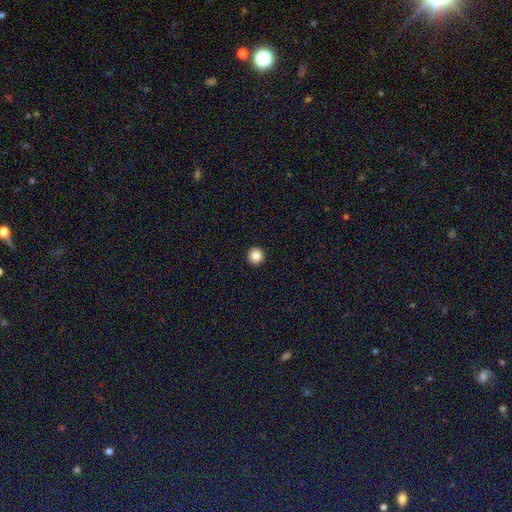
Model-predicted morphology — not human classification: A smooth galaxy with no disk features (85%) that is round (97%).

Vote fractions:
- Smooth or featured? smooth: 85% / star or artifact: 11% / featured or disk: 4%
- How rounded? round: 97% / in between: 2% / cigar-shaped: 1%
- Merging? none: 95% / minor disturbance: 3% / major disturbance: 1% / merger: 1%